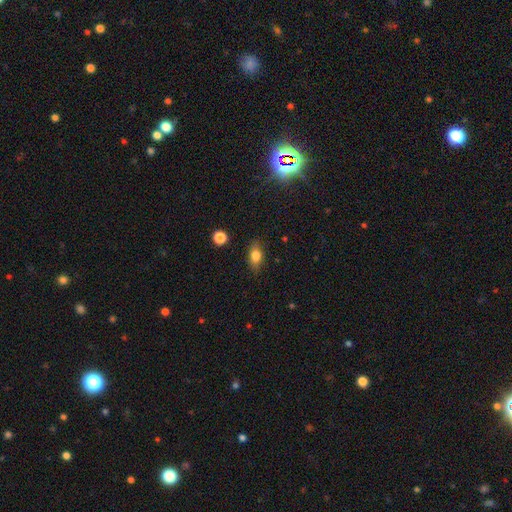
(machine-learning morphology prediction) smooth 78%, featured or disk 13%, star or artifact 10%. Down the decision tree: how rounded — in between (80%); merging — none (83%).